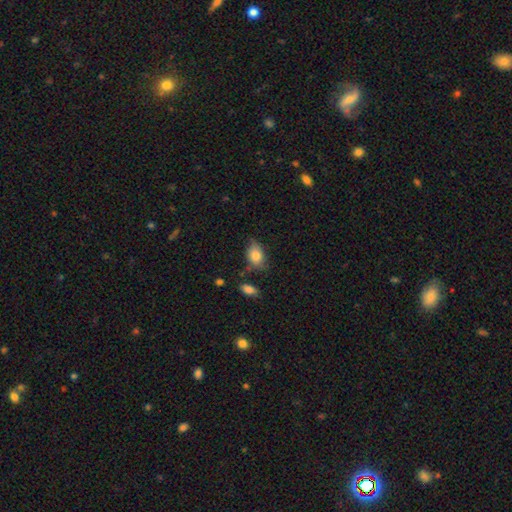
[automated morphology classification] Q: Smooth or featured?
A: smooth (79%); runner-up: featured or disk (13%)
Q: How rounded?
A: in between (84%); runner-up: round (14%)
Q: Merging?
A: none (59%); runner-up: minor disturbance (29%)